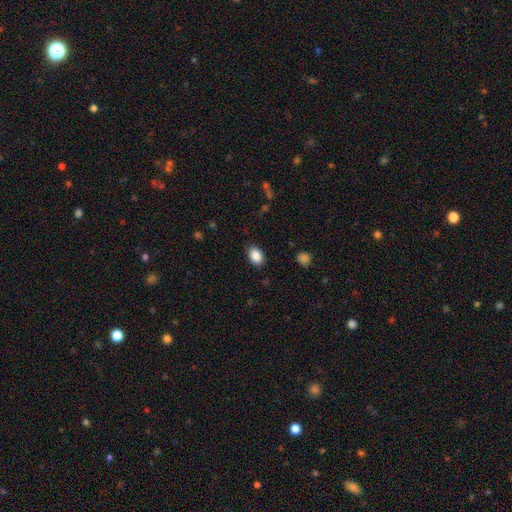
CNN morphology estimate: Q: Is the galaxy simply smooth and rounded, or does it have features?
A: smooth — 88%.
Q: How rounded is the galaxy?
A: in between — 81%.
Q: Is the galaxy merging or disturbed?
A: none — 86%.